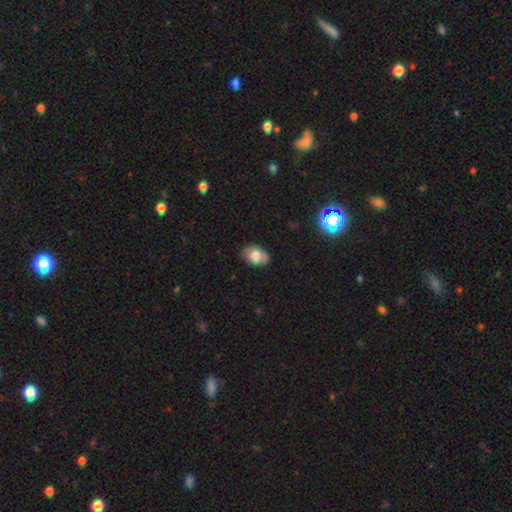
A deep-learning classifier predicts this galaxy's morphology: This appears to be a smooth galaxy with no disk features (73%) that is in between round and cigar-shaped (84%). Merging: none (81%).